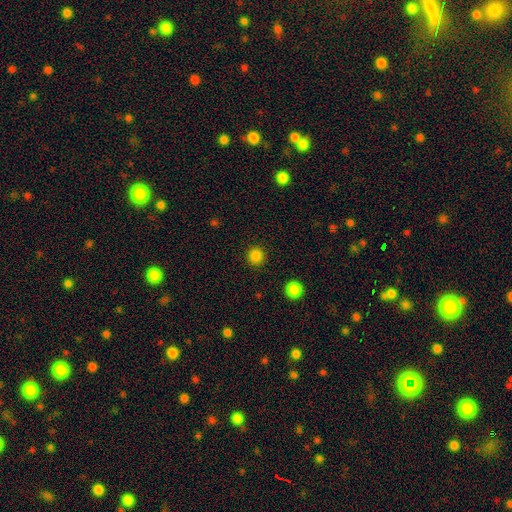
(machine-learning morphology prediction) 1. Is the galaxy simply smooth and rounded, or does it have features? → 84% smooth, 12% star or artifact, 3% featured or disk.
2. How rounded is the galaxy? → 94% round, 5% in between, 1% cigar-shaped.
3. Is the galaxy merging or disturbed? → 92% none, 5% minor disturbance, 2% major disturbance, 1% merger.